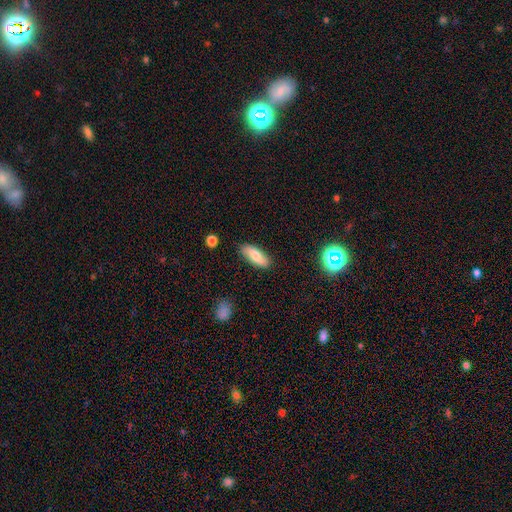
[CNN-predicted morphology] Smooth or featured? Predicted: smooth (p=0.70). How rounded? Predicted: in between (p=0.74). Merging? Predicted: none (p=0.84).